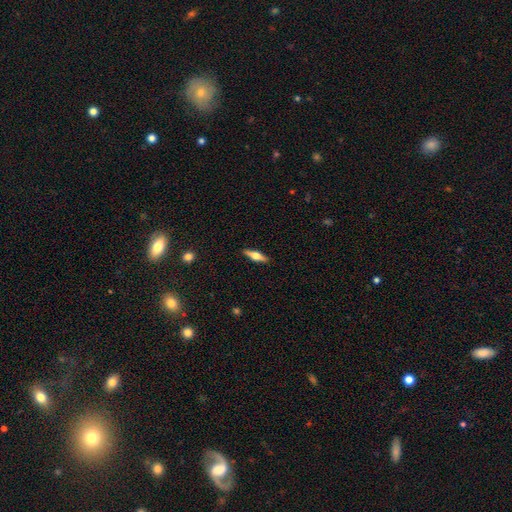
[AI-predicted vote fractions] smooth_or_featured: featured or disk (p=0.58) [alt: smooth p=0.36]
disk_edge_on: yes (p=0.96) [alt: no p=0.04]
edge_on_bulge: rounded (p=0.93) [alt: boxy p=0.05]
merging: none (p=0.89) [alt: minor disturbance p=0.08]